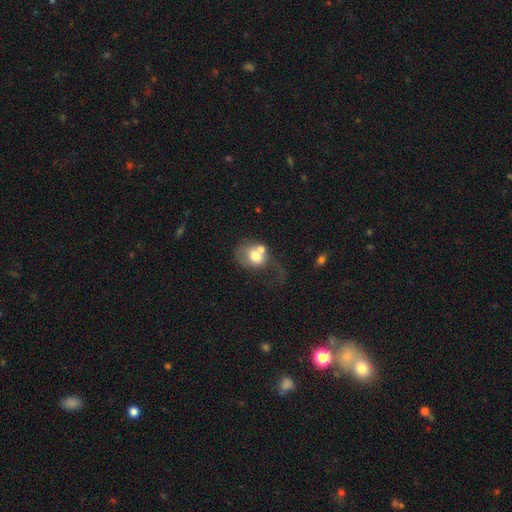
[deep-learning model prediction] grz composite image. It shows a smooth galaxy with no disk features (62%) that is round (52%). Merging: merger (34%).